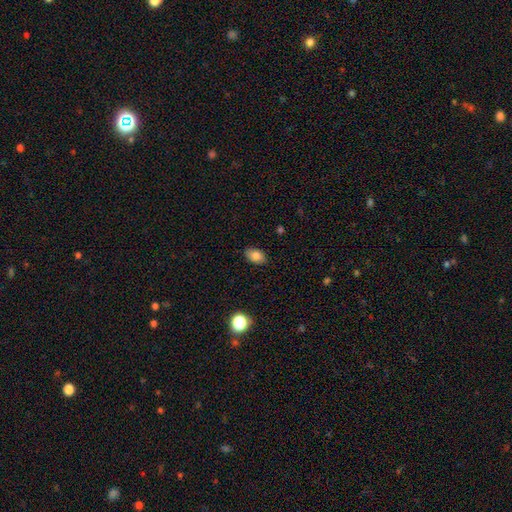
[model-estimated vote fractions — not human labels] Smooth or featured? Predicted: smooth (p=0.82). How rounded? Predicted: in between (p=0.87). Merging? Predicted: none (p=0.87).